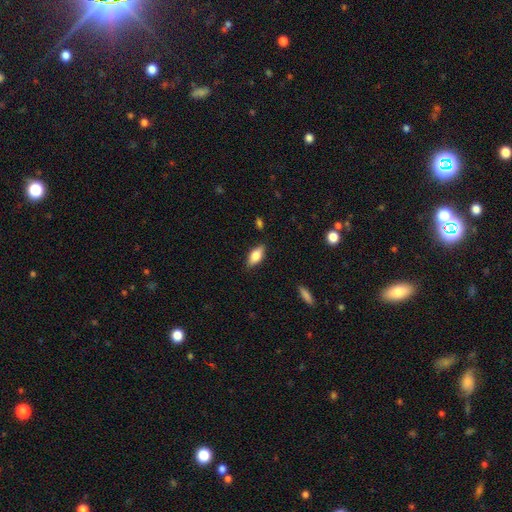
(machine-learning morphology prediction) smooth 73%, featured or disk 20%, star or artifact 7%. Down the decision tree: how rounded — in between (85%); merging — none (85%).